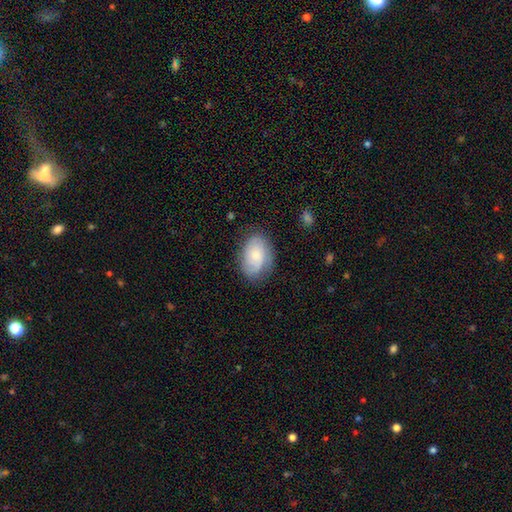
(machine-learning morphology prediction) type=smooth (49%); merging=none (74%).